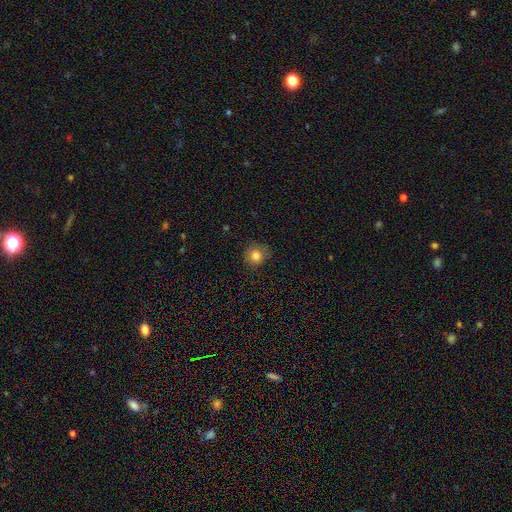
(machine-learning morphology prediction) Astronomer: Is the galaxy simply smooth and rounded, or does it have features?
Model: smooth — 82%.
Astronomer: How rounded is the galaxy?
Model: round — 88%.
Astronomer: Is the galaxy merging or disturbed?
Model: none — 80%.